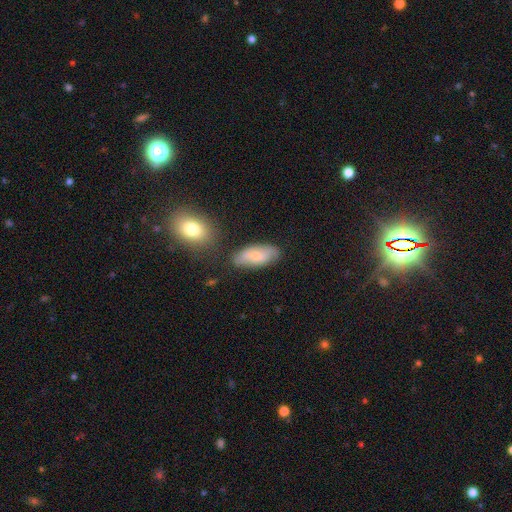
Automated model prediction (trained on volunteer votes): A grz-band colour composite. It shows a smooth galaxy with no disk features (67%) that is in between round and cigar-shaped (87%). Merging: none (73%).